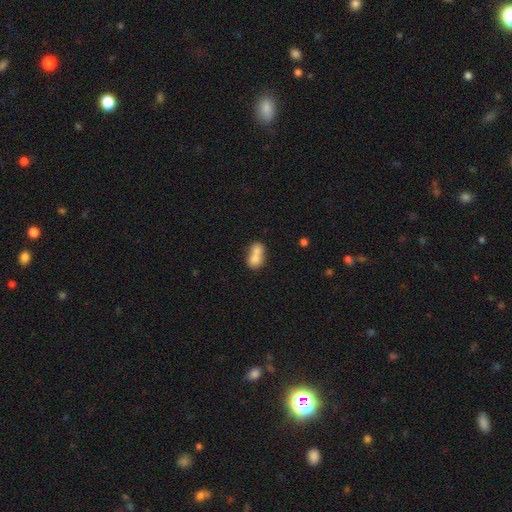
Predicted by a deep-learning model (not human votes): Smooth or featured? smooth (73%)
How rounded? in between (55%)
Merging? merger (72%)